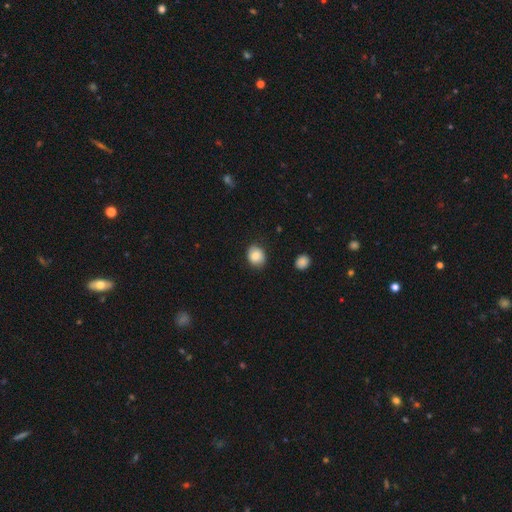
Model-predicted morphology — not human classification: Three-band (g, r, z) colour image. It shows a smooth galaxy with no disk features (82%) that is round (52%). Merging: none (82%).